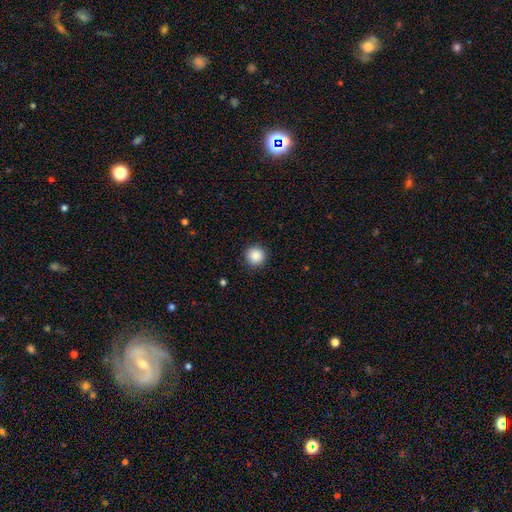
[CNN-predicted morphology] Q: Smooth or featured?
A: smooth (87%); runner-up: star or artifact (9%)
Q: How rounded?
A: round (95%); runner-up: in between (4%)
Q: Merging?
A: none (91%); runner-up: minor disturbance (6%)